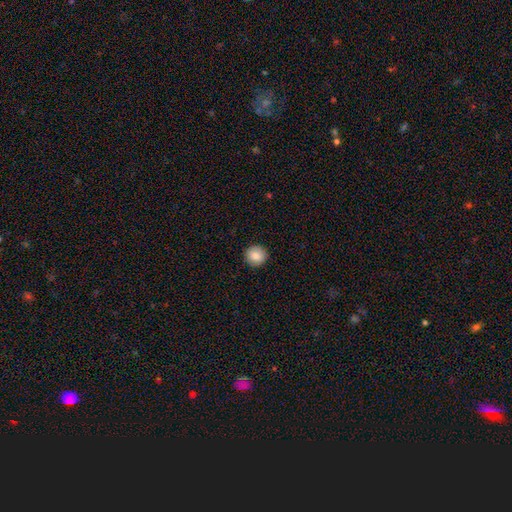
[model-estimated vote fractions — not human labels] A smooth galaxy with no disk features (86%) that is round (94%).

Vote fractions:
- Smooth or featured? smooth: 86% / star or artifact: 8% / featured or disk: 6%
- How rounded? round: 94% / in between: 5% / cigar-shaped: 1%
- Merging? none: 92% / minor disturbance: 6% / major disturbance: 2% / merger: 1%